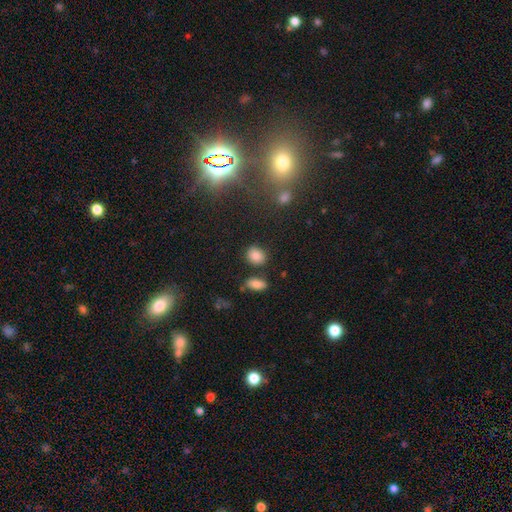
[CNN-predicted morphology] Smooth or featured?
  - smooth: 84% *
  - star or artifact: 10%
  - featured or disk: 5%
How rounded?
  - round: 58% *
  - in between: 40%
  - cigar-shaped: 2%
Merging?
  - none: 79% *
  - minor disturbance: 11%
  - merger: 7%
  - major disturbance: 3%